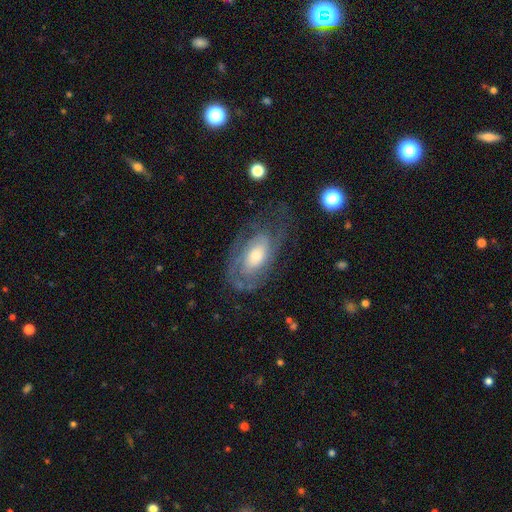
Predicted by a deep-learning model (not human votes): smooth_or_featured: featured or disk (p=0.77) [alt: smooth p=0.17]
disk_edge_on: no (p=0.94) [alt: yes p=0.06]
bar: no (p=0.70) [alt: weak p=0.25]
has_spiral_arms: yes (p=0.86) [alt: no p=0.14]
spiral_winding: tight (p=0.55) [alt: medium p=0.33]
spiral_arm_count: can't tell (p=0.38) [alt: 2 p=0.37]
bulge_size: moderate (p=0.52) [alt: small p=0.24]
merging: none (p=0.59) [alt: minor disturbance p=0.21]